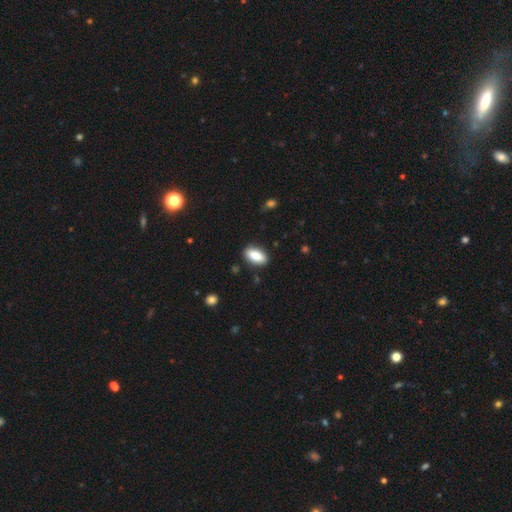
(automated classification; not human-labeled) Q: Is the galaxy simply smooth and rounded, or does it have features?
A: smooth — 84%.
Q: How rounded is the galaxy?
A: in between — 88%.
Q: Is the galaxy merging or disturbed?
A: none — 88%.